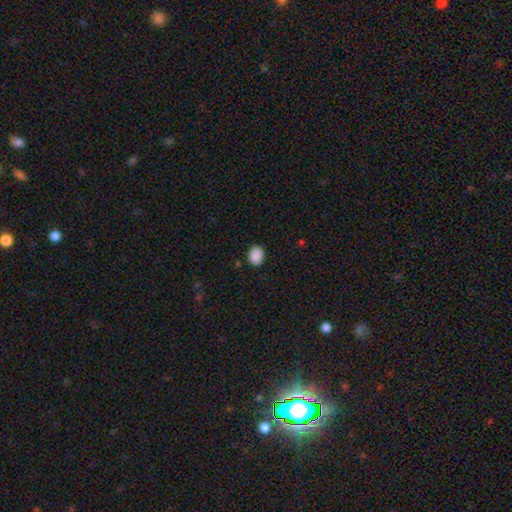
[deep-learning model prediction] Overall: smooth (89%). How rounded: in between (58%; round 42%). Merging: none (85%).